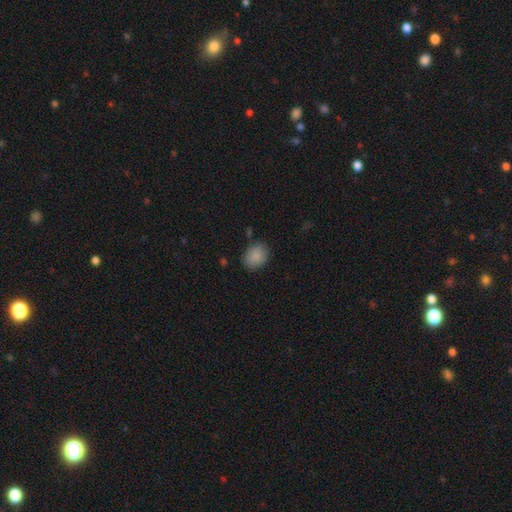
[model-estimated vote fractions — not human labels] Smooth or featured? smooth (88%)
How rounded? in between (57%)
Merging? none (81%)